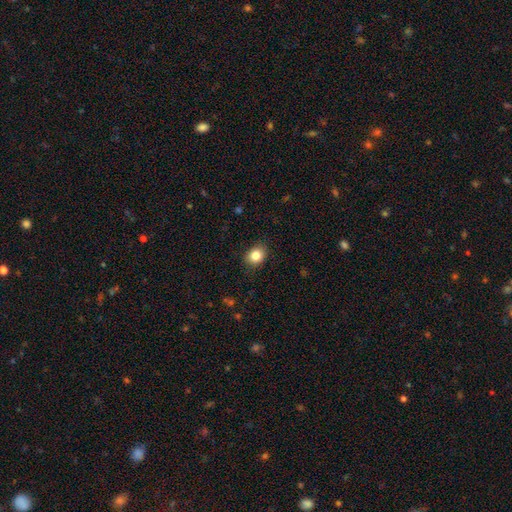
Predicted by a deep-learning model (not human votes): A smooth galaxy with no disk features (84%) that is round (53%). Merging: none (86%).